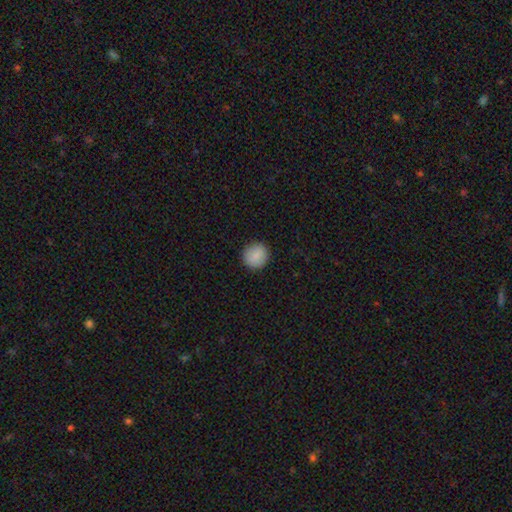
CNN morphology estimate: type=smooth (86%); roundness=round (91%); merging=none (91%).